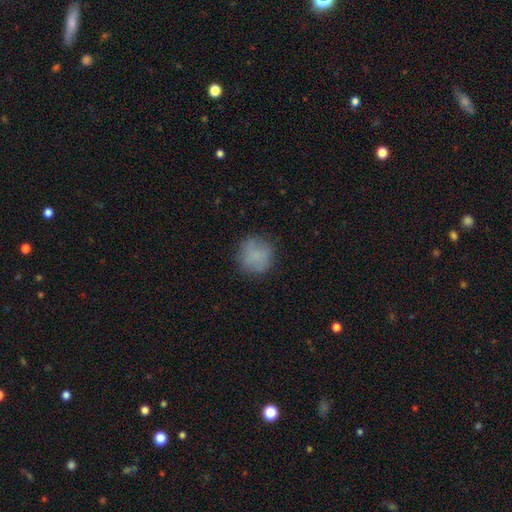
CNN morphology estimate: A smooth galaxy with no disk features (77%) that is round (91%).

Vote fractions:
- Smooth or featured? smooth: 77% / featured or disk: 14% / star or artifact: 9%
- How rounded? round: 91% / in between: 8% / cigar-shaped: 1%
- Merging? none: 77% / minor disturbance: 15% / major disturbance: 6% / merger: 1%